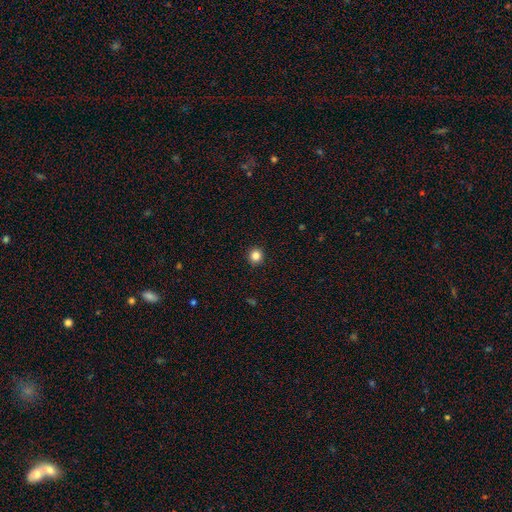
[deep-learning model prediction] Smooth or featured? Predicted: smooth (p=0.84). How rounded? Predicted: round (p=0.94). Merging? Predicted: none (p=0.93).